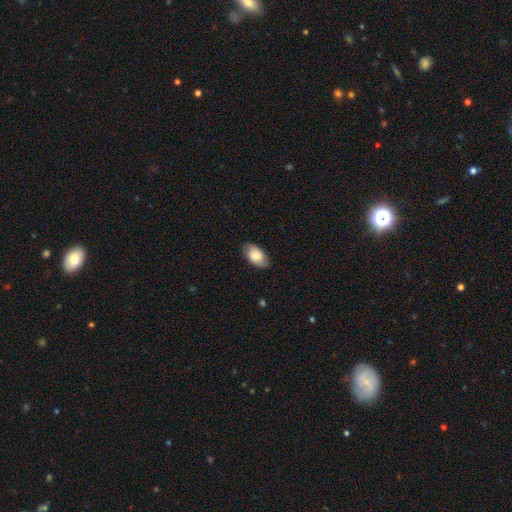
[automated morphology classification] Smooth or featured: smooth — 79% (featured or disk — 14%)
How rounded: in between — 94% (round — 4%)
Merging: none — 83% (minor disturbance — 13%)